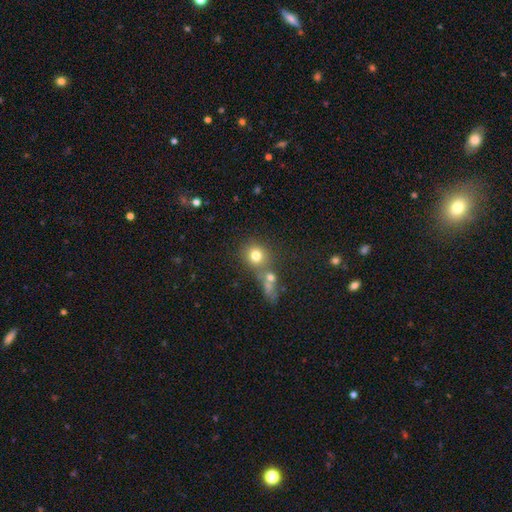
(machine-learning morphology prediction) The model was most divided on "merging": none: 59%, merger: 25%, minor disturbance: 10%, major disturbance: 5%. More confident: how rounded — round (84%); smooth or featured — smooth (76%).